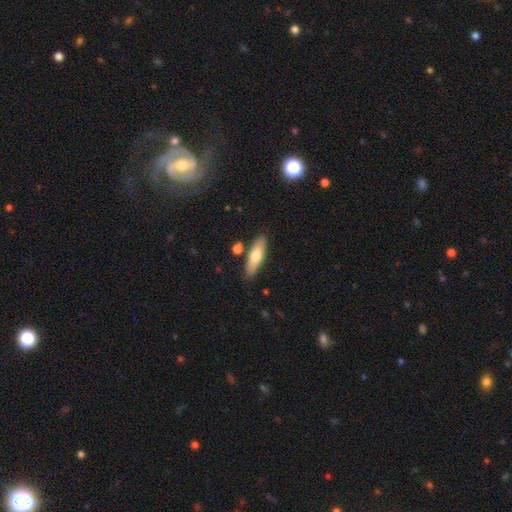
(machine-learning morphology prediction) A smooth galaxy with no disk features (65%) that is cigar-shaped (58%). Merging: none (83%).